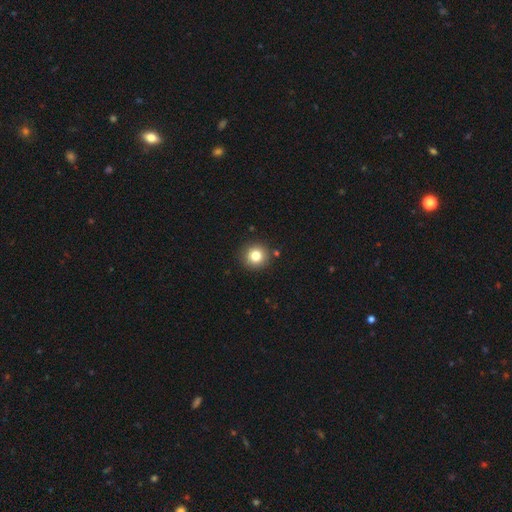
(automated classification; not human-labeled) Q: Smooth or featured?
A: smooth (80%); runner-up: star or artifact (12%)
Q: How rounded?
A: round (94%); runner-up: in between (5%)
Q: Merging?
A: none (90%); runner-up: minor disturbance (6%)